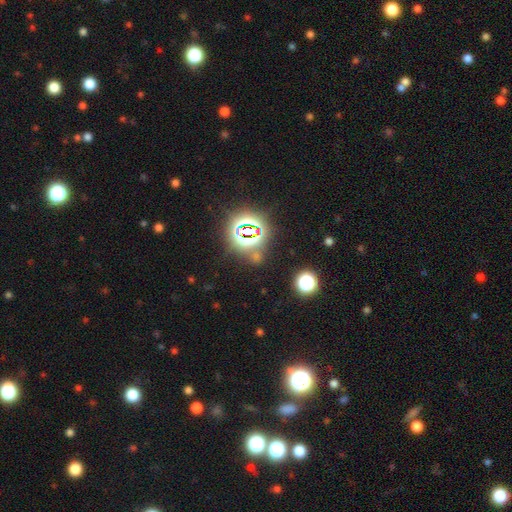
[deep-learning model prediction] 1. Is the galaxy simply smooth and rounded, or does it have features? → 70% star or artifact, 22% smooth, 8% featured or disk.